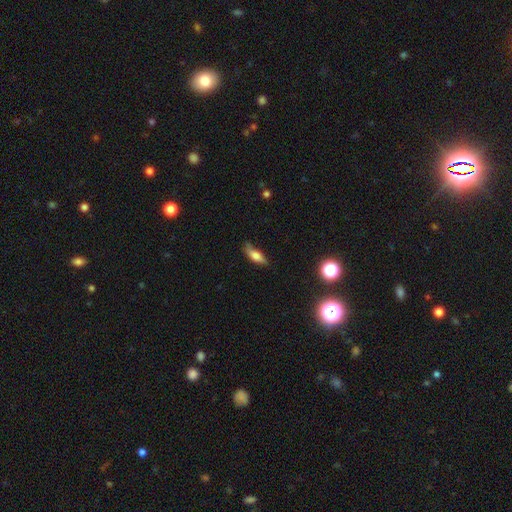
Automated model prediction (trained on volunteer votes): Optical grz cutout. It shows a smooth galaxy with no disk features (68%) that is in between round and cigar-shaped (61%). Merging: none (65%).